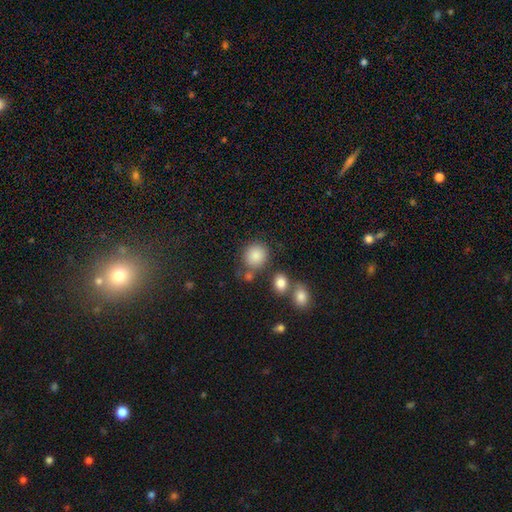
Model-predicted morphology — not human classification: Smooth or featured? smooth (85%)
How rounded? round (80%)
Merging? none (74%)